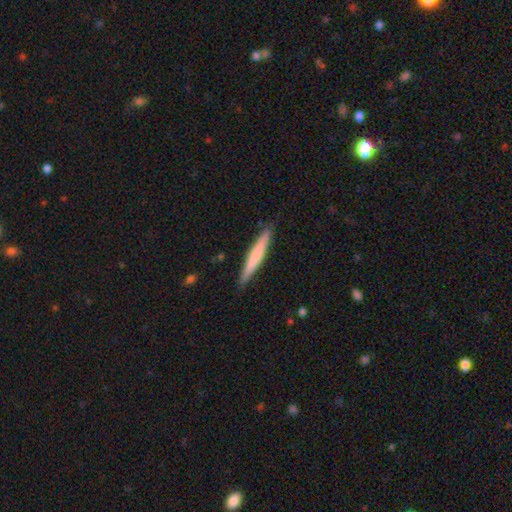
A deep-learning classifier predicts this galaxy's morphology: A smooth galaxy with no disk features (62%) that is cigar-shaped (96%). Merging: none (90%).